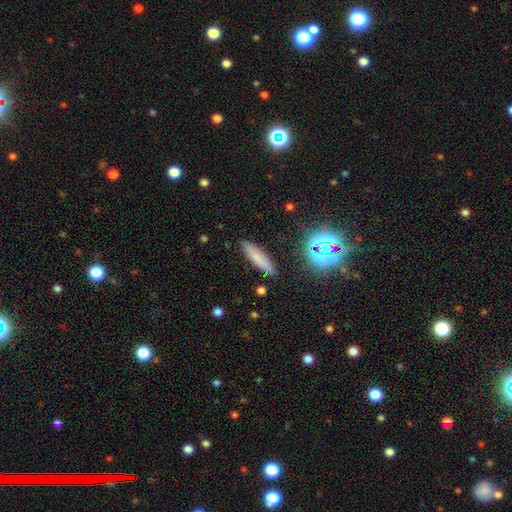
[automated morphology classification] type=smooth (71%); roundness=cigar-shaped (73%); merging=none (85%).